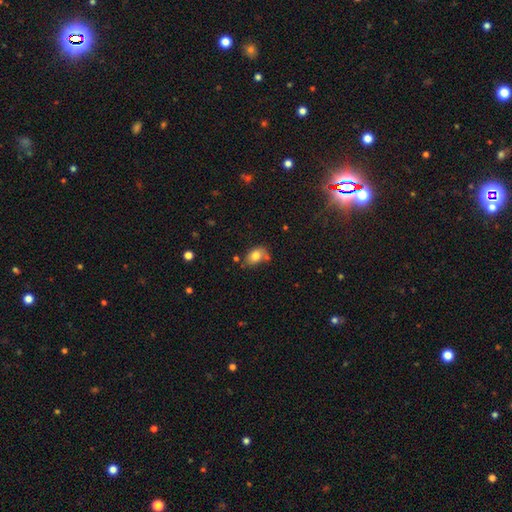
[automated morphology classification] Smooth or featured? smooth (79%)
How rounded? in between (79%)
Merging? none (61%)